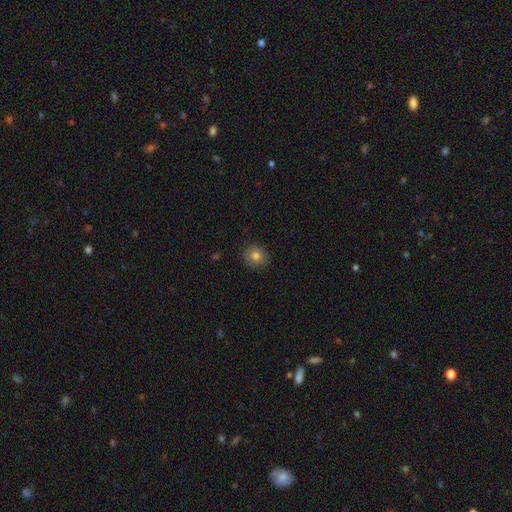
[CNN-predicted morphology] A smooth galaxy with no disk features (80%) that is round (84%). Merging: none (89%).